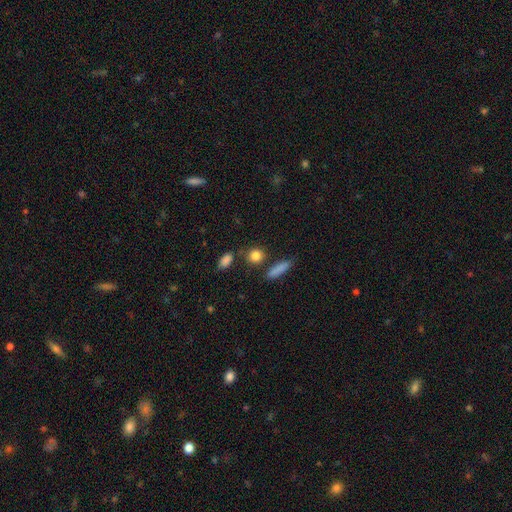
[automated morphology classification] A smooth galaxy with no disk features (84%) that is round (69%). Merging: none (78%).